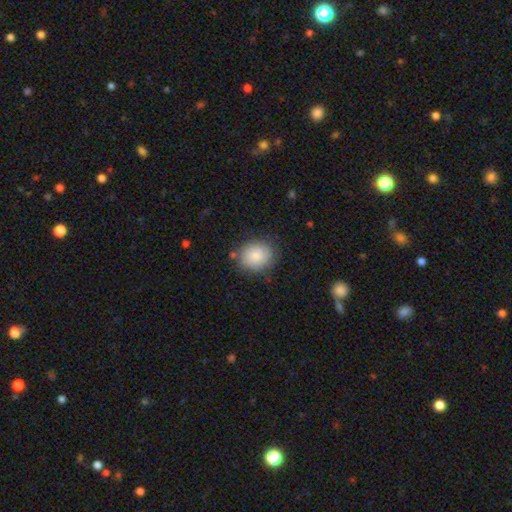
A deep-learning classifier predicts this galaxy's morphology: The model was most divided on "how rounded": round: 73%, in between: 26%, cigar-shaped: 1%. More confident: smooth or featured — smooth (84%); merging — none (80%).